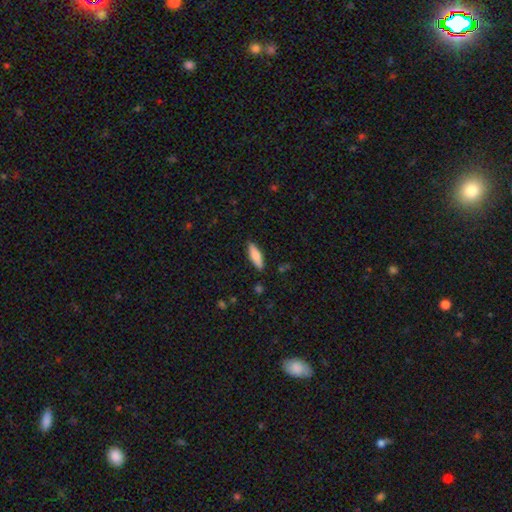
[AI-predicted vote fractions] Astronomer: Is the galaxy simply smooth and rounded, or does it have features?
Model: smooth — 75%.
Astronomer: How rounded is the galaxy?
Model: in between — 50% (runner-up: cigar-shaped, 48%).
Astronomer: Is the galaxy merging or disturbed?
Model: none — 88%.